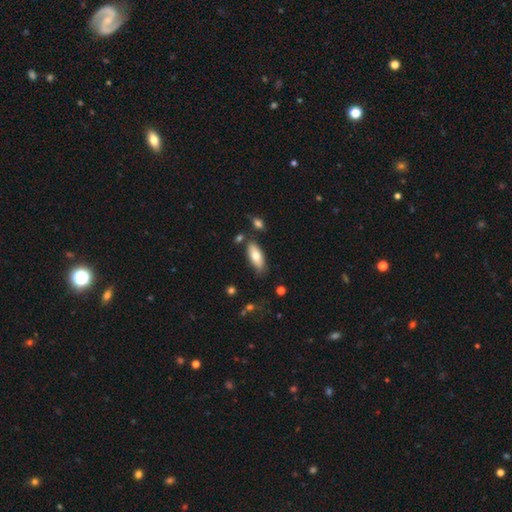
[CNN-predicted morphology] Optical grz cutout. It shows a smooth galaxy with no disk features (76%) that is in between round and cigar-shaped (80%). Merging: none (77%).